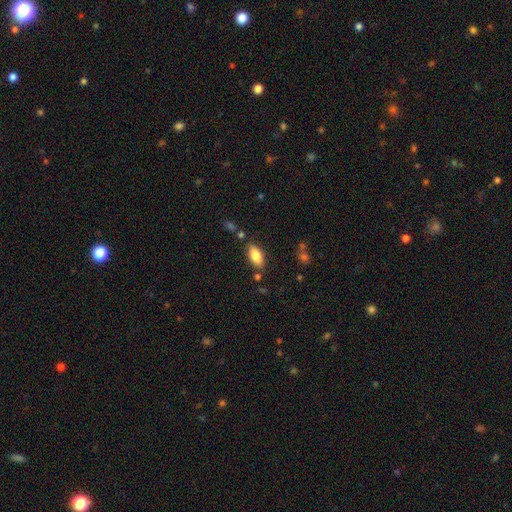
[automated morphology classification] smooth 81%, featured or disk 11%, star or artifact 7%. Down the decision tree: how rounded — in between (90%); merging — none (80%).